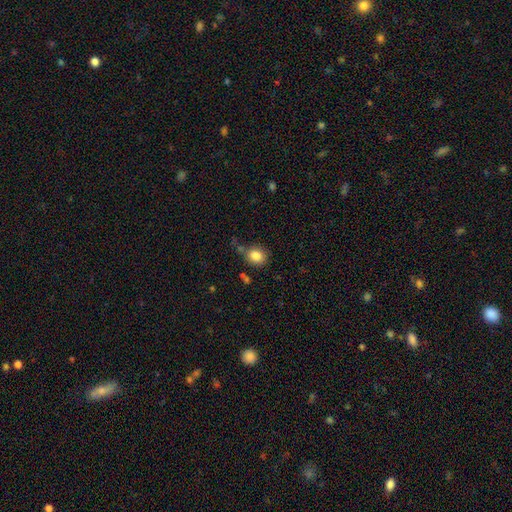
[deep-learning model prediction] Q: Smooth or featured?
A: smooth (84%); runner-up: star or artifact (9%)
Q: How rounded?
A: round (69%); runner-up: in between (30%)
Q: Merging?
A: none (73%); runner-up: minor disturbance (16%)